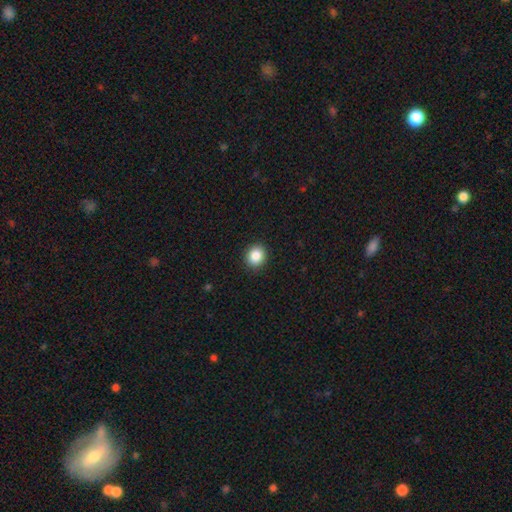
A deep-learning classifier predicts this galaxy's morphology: smooth_or_featured: smooth (p=0.87) [alt: star or artifact p=0.09]
how_rounded: round (p=0.80) [alt: in between p=0.19]
merging: none (p=0.92) [alt: minor disturbance p=0.06]